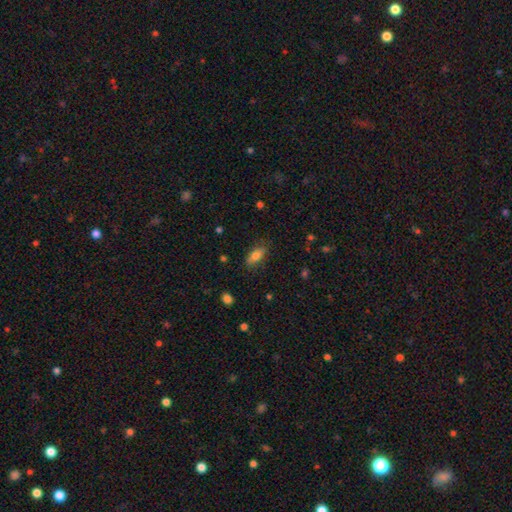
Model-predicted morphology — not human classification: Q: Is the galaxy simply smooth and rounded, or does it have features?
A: smooth — 76%.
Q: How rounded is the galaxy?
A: in between — 82%.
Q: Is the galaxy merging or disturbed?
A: none — 81%.